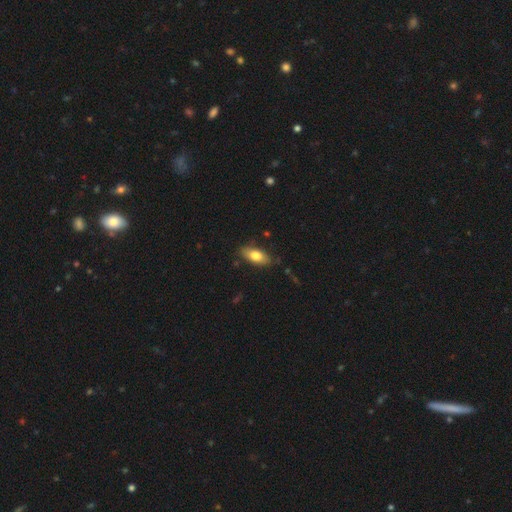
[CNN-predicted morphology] Smooth or featured? smooth (76%)
How rounded? in between (84%)
Merging? none (81%)